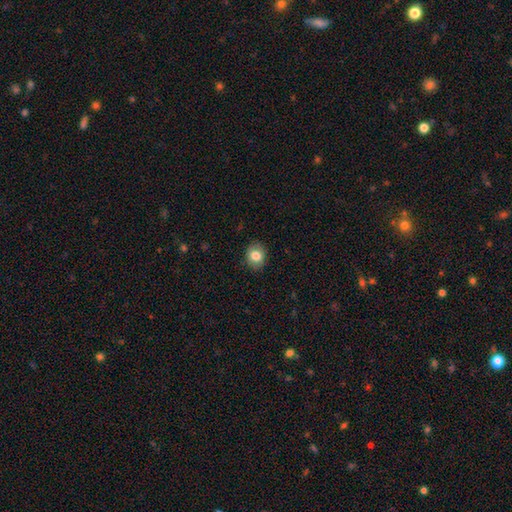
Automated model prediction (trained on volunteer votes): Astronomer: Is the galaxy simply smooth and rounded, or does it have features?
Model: smooth — 82%.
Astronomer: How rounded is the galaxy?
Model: round — 56% (runner-up: in between, 43%).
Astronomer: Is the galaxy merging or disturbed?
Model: none — 87%.